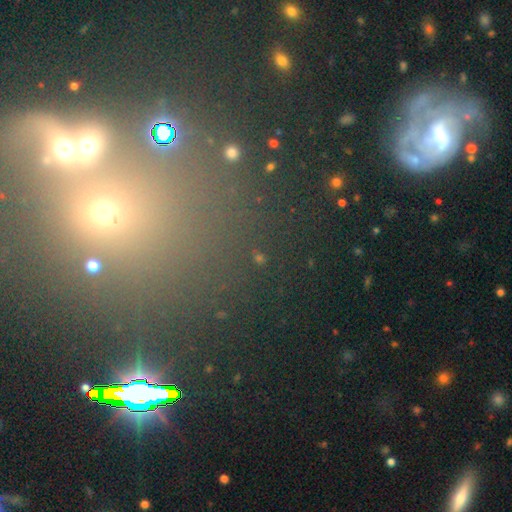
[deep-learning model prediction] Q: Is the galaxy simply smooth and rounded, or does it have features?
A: star or artifact — 64%.